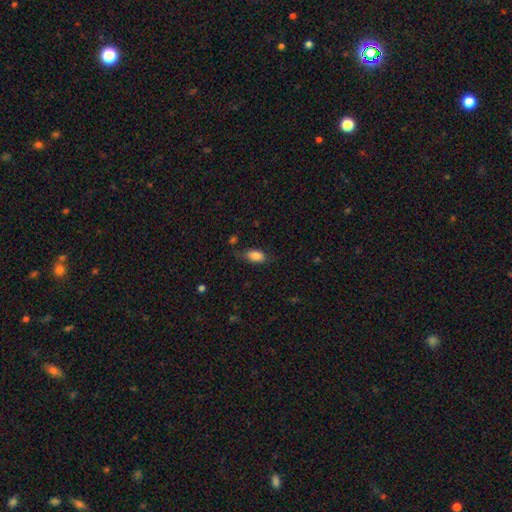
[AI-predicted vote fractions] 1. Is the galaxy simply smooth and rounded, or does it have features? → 84% smooth, 8% featured or disk, 8% star or artifact.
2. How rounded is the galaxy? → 90% in between, 5% cigar-shaped, 4% round.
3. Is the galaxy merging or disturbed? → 68% none, 23% minor disturbance, 7% major disturbance, 2% merger.